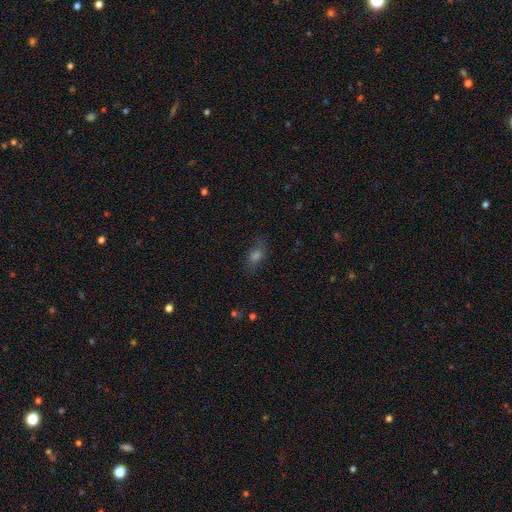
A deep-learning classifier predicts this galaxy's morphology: Q: Smooth or featured?
A: smooth (55%); runner-up: star or artifact (25%)
Q: How rounded?
A: in between (73%); runner-up: round (18%)
Q: Merging?
A: none (73%); runner-up: minor disturbance (17%)